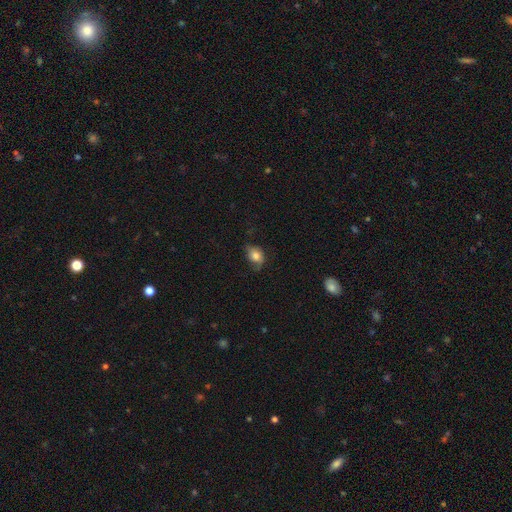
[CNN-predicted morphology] smooth-or-featured: smooth: 74% | featured or disk: 17% | star or artifact: 9%
  how-rounded: in between: 67% | round: 31% | cigar-shaped: 1%
  merging: none: 51% | minor disturbance: 33% | major disturbance: 14% | merger: 2%